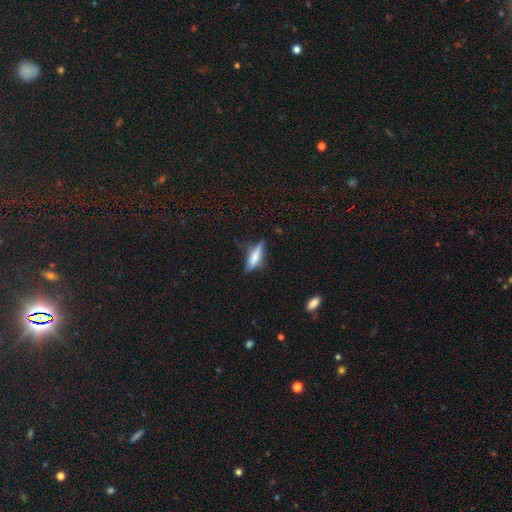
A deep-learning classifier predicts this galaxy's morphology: smooth_or_featured: smooth (p=0.65) [alt: featured or disk p=0.26]
how_rounded: cigar-shaped (p=0.58) [alt: in between p=0.40]
merging: none (p=0.65) [alt: minor disturbance p=0.25]